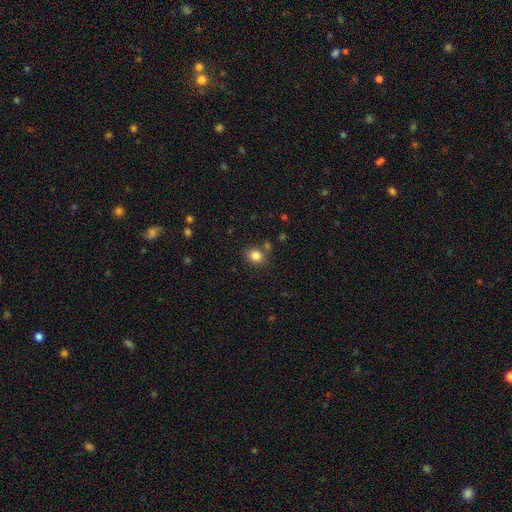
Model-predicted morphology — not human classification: A smooth galaxy with no disk features (83%) that is round (59%). Merging: none (77%).